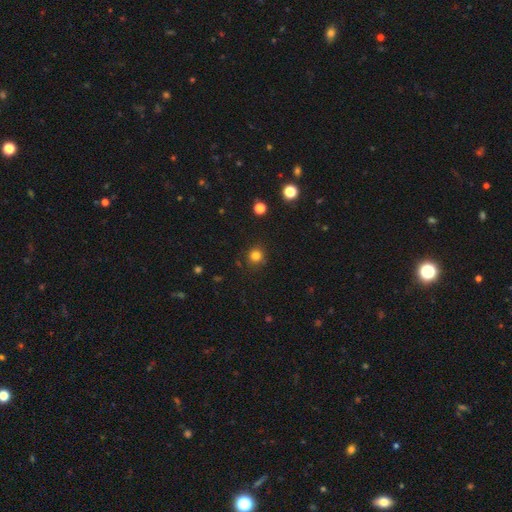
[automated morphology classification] Smooth or featured: smooth — 81% (star or artifact — 14%)
How rounded: round — 91% (in between — 8%)
Merging: none — 86% (minor disturbance — 9%)